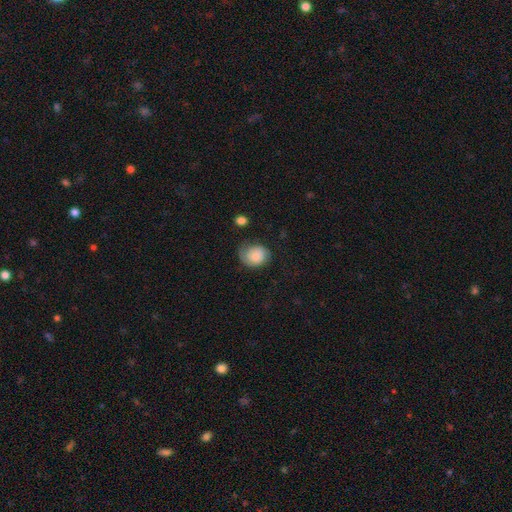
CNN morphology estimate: Smooth or featured: smooth — 68% (featured or disk — 24%)
How rounded: round — 64% (in between — 36%)
Merging: none — 54% (minor disturbance — 31%)